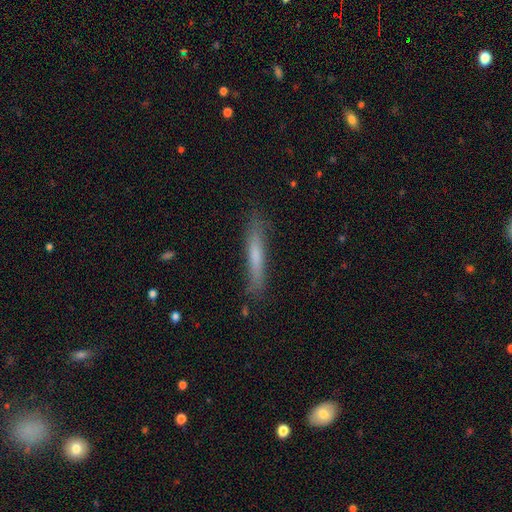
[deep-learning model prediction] This is likely a smooth galaxy (64%). How rounded: clearly cigar-shaped (93%). Merging: clearly none (81%).